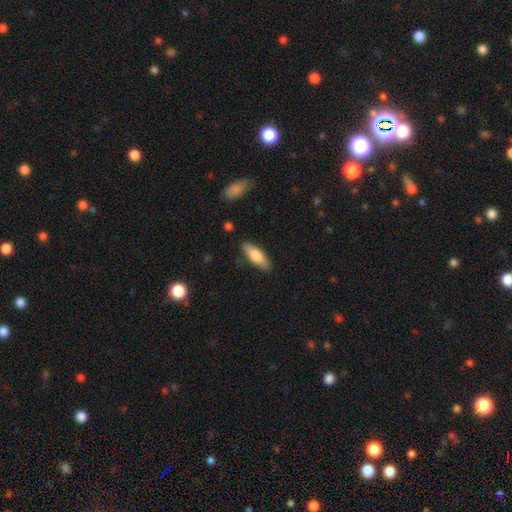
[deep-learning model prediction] This appears to be a smooth galaxy with no disk features (71%) that is in between round and cigar-shaped (53%). Merging: none (86%).